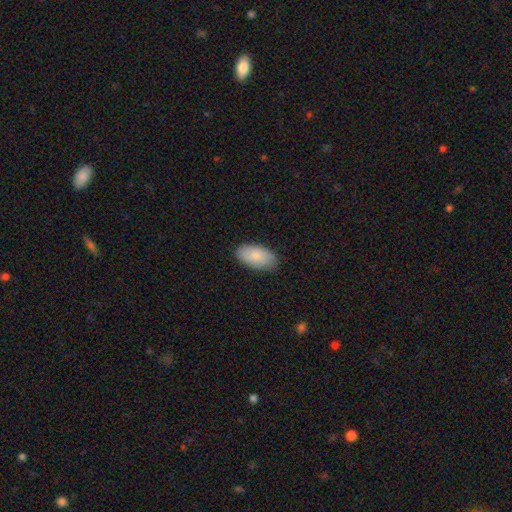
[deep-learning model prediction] smooth-or-featured: smooth: 83% | featured or disk: 12% | star or artifact: 6%
  how-rounded: in between: 95% | round: 3% | cigar-shaped: 2%
  merging: none: 84% | minor disturbance: 13% | major disturbance: 2% | merger: 1%